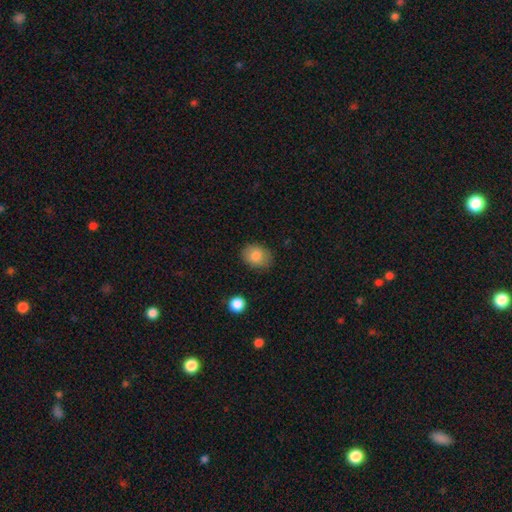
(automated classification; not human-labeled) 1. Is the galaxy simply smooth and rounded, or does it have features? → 83% smooth, 8% featured or disk, 8% star or artifact.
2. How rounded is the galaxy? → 60% in between, 39% round, 1% cigar-shaped.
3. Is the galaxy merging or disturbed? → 82% none, 14% minor disturbance, 3% major disturbance, 1% merger.